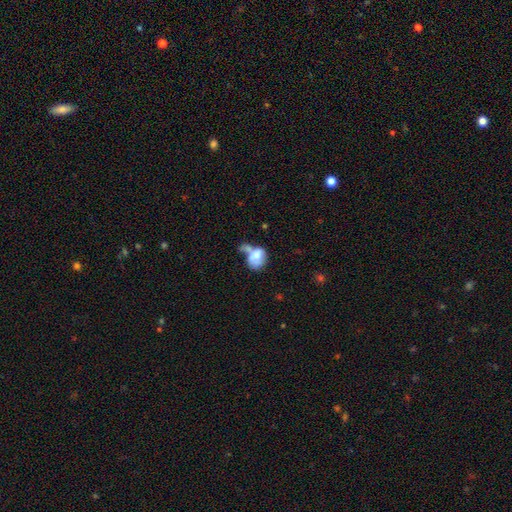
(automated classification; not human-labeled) Smooth or featured? smooth (62%)
How rounded? in between (62%)
Merging? merger (42%)